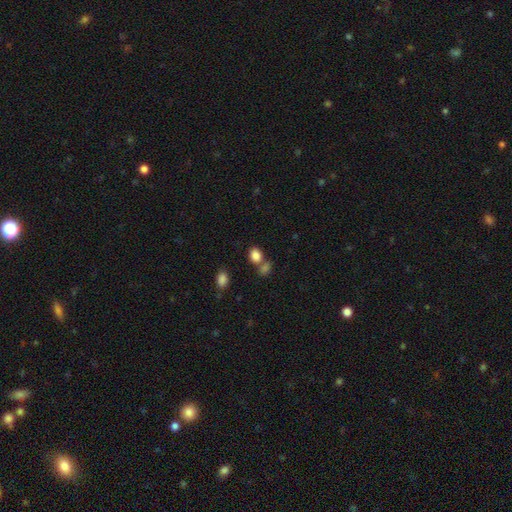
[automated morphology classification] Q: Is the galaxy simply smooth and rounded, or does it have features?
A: smooth — 84%.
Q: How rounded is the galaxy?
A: in between — 61%.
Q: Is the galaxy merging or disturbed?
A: none — 53%.